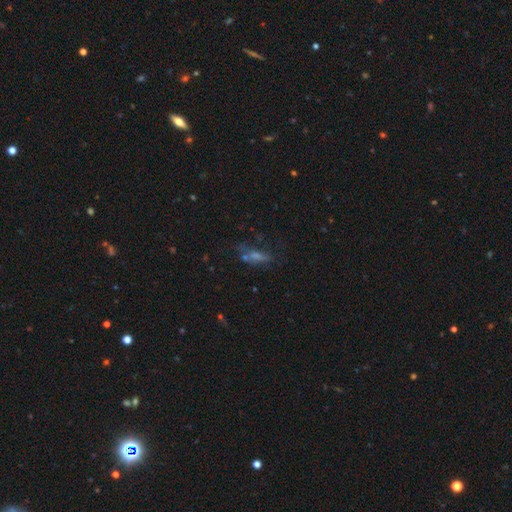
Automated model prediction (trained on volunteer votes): Smooth or featured? smooth (40%)
Merging? none (48%)